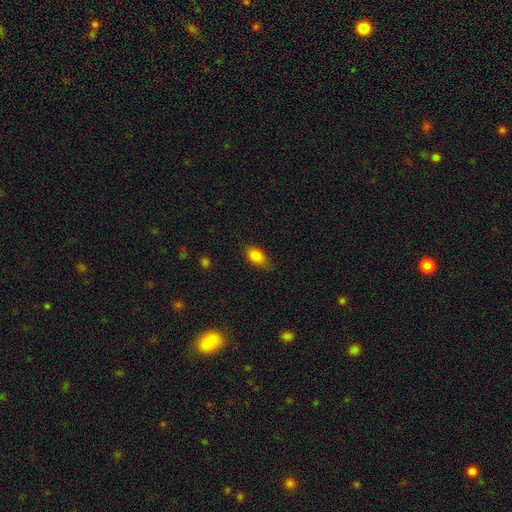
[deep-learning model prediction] Smooth or featured: smooth — 83% (star or artifact — 9%)
How rounded: in between — 87% (round — 8%)
Merging: none — 73% (minor disturbance — 21%)